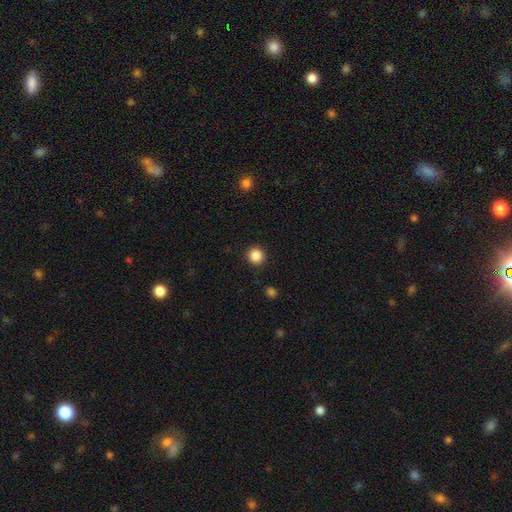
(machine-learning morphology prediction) smooth 86%, star or artifact 11%, featured or disk 3%. Down the decision tree: how rounded — round (94%); merging — none (92%).